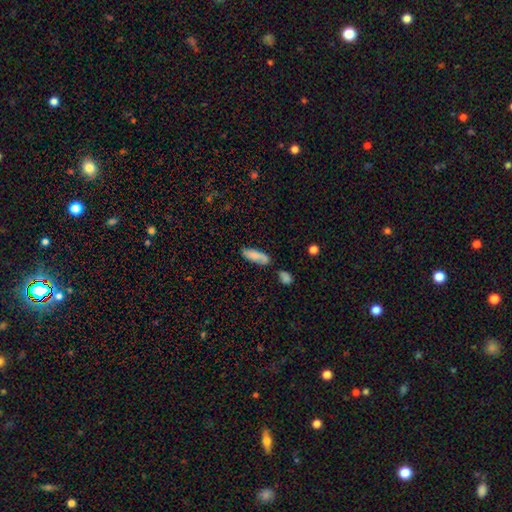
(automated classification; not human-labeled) This is likely a smooth galaxy (75%). How rounded: likely in between (62%). Merging: possibly none (59%).